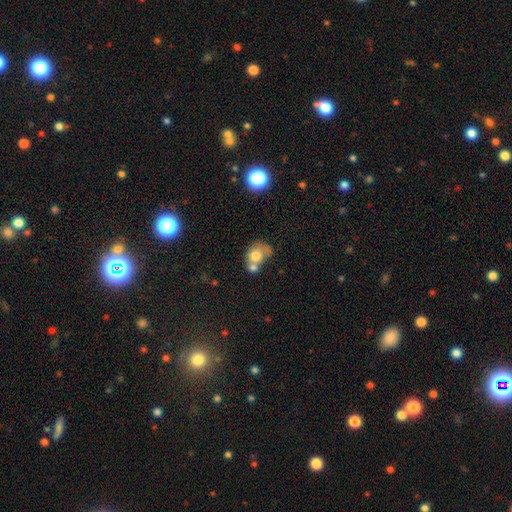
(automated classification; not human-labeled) Q: Smooth or featured?
A: smooth (69%); runner-up: featured or disk (21%)
Q: How rounded?
A: round (50%); runner-up: in between (49%)
Q: Merging?
A: merger (55%); runner-up: none (21%)